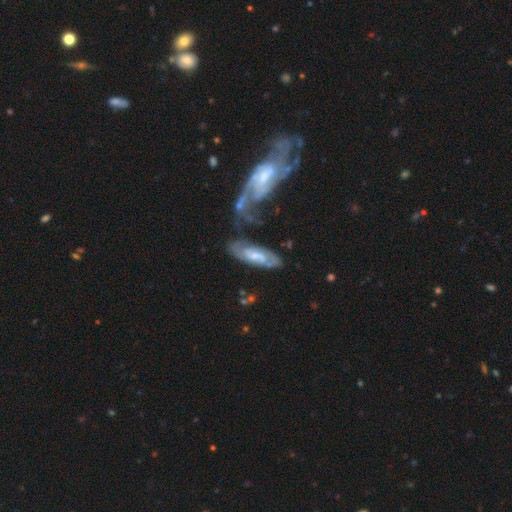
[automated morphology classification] This is likely a featured or disk galaxy (71%). It is clearly not viewed edge-on (86%). Bar: marginally no (44%). Spiral arm pattern: clearly yes (87%). Spiral arm count: possibly 2 (56%). Spiral winding: possibly tight (46%). Central bulge: possibly small (47%). Merging: possibly none (56%).